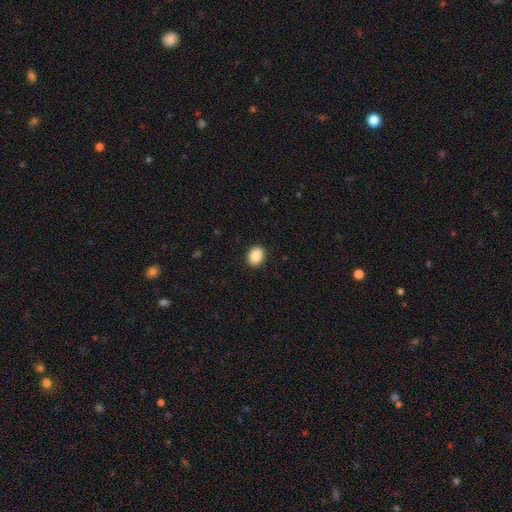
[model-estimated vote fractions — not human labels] Smooth or featured? smooth (89%)
How rounded? in between (56%)
Merging? none (91%)